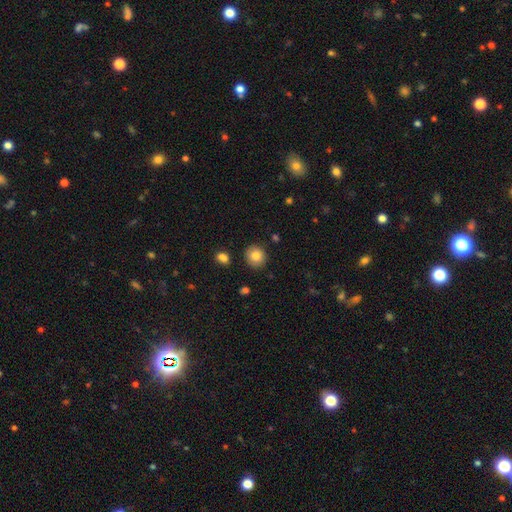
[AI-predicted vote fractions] Q: Smooth or featured?
A: smooth (84%); runner-up: star or artifact (9%)
Q: How rounded?
A: round (87%); runner-up: in between (12%)
Q: Merging?
A: none (88%); runner-up: minor disturbance (7%)